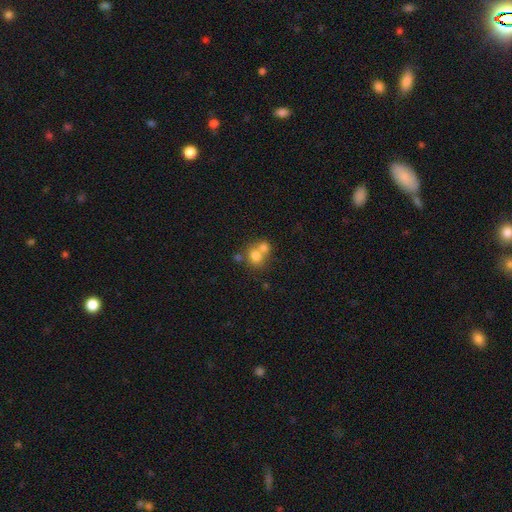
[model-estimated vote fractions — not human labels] smooth-or-featured: smooth: 73% | featured or disk: 15% | star or artifact: 12%
  how-rounded: round: 76% | in between: 23% | cigar-shaped: 1%
  merging: merger: 58% | none: 33% | minor disturbance: 6% | major disturbance: 3%